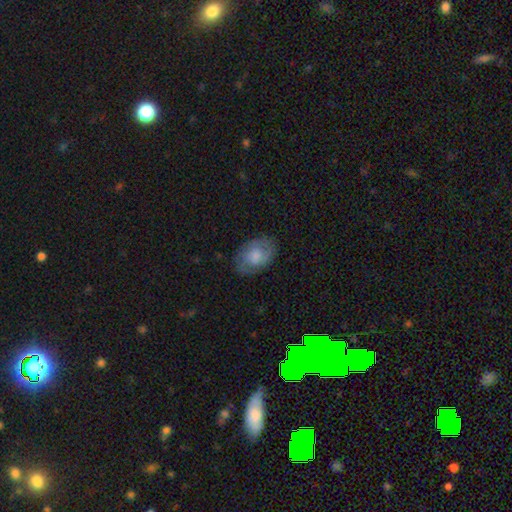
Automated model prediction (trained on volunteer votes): smooth 57%, featured or disk 36%, star or artifact 7%. Down the decision tree: how rounded — in between (83%); merging — none (76%).